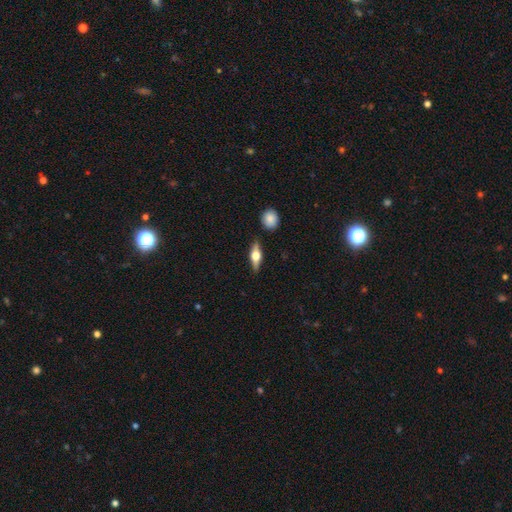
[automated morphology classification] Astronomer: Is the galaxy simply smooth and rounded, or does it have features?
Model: featured or disk — 60%.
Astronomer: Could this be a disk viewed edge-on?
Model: yes — 94%.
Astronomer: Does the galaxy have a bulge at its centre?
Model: rounded — 94%.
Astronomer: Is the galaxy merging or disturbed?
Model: none — 87%.